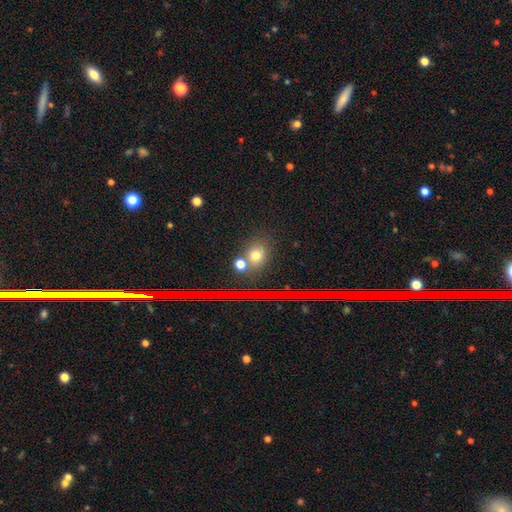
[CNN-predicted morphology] A smooth galaxy with no disk features (70%) that is round (60%). Merging: none (68%).